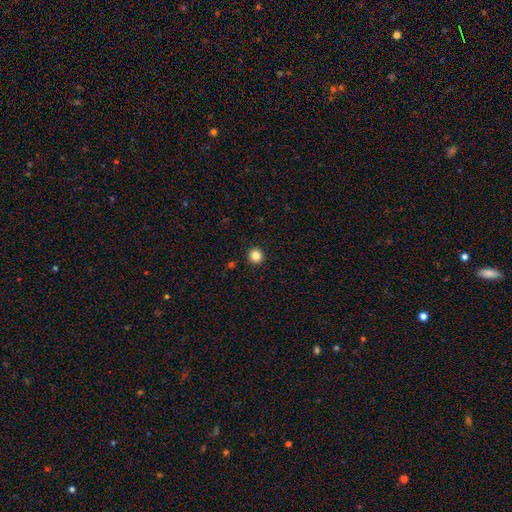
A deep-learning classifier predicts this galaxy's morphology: The model was most divided on "smooth or featured": smooth: 84%, star or artifact: 12%, featured or disk: 5%. More confident: how rounded — round (94%); merging — none (94%).